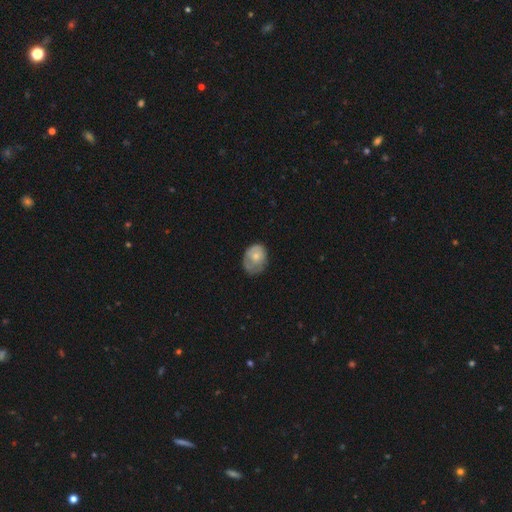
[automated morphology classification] Smooth or featured? smooth (64%)
How rounded? in between (57%)
Merging? none (47%)